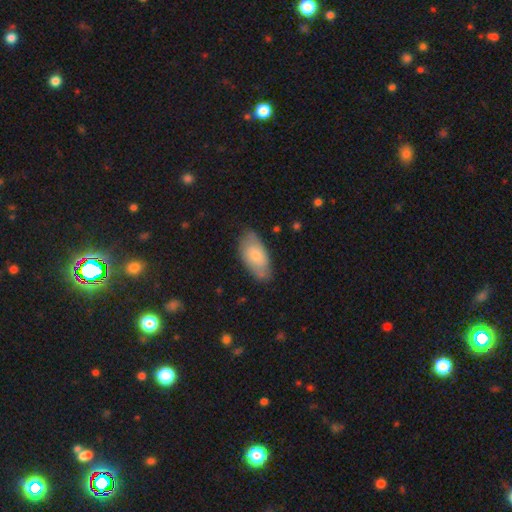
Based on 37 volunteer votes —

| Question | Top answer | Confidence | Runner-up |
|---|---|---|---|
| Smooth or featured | smooth | 81% | featured or disk (16%) |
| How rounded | in between | 97% | cigar-shaped (3%) |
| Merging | none | 53% | minor disturbance (33%) |